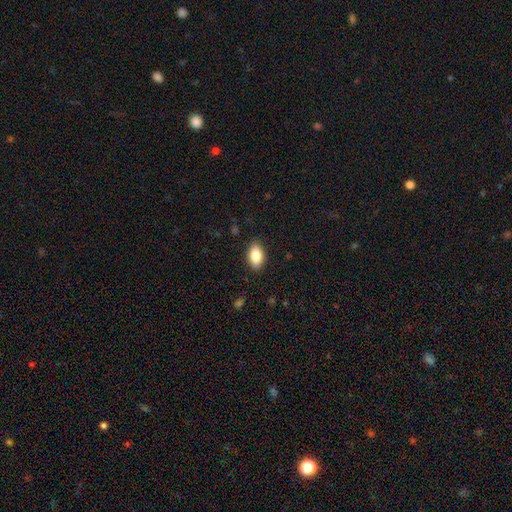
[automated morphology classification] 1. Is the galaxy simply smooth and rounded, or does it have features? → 85% smooth, 7% featured or disk, 7% star or artifact.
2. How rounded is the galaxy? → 91% in between, 7% round, 2% cigar-shaped.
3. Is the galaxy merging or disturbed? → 88% none, 9% minor disturbance, 2% major disturbance, 1% merger.